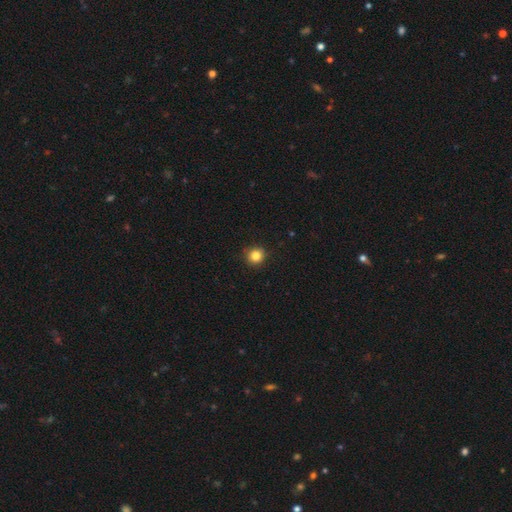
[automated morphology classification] smooth_or_featured: smooth (p=0.84) [alt: star or artifact p=0.11]
how_rounded: round (p=0.93) [alt: in between p=0.06]
merging: none (p=0.91) [alt: minor disturbance p=0.07]